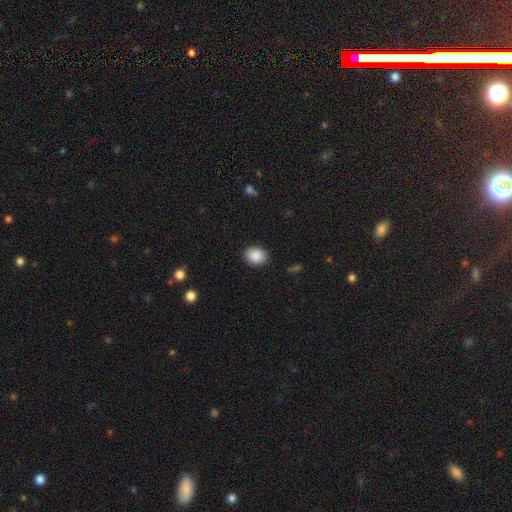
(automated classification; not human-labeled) Smooth or featured? smooth (88%)
How rounded? in between (54%)
Merging? none (88%)